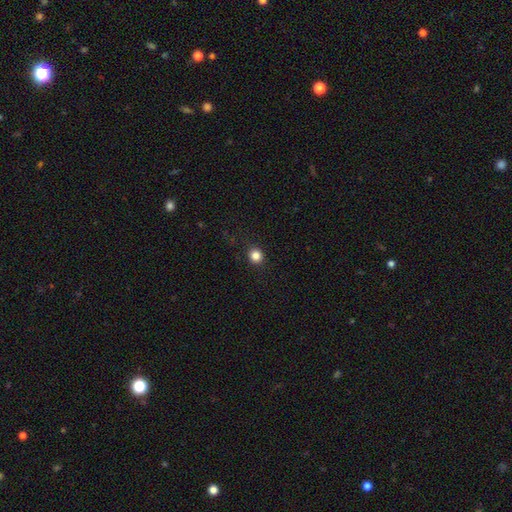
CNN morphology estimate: smooth 84%, star or artifact 12%, featured or disk 4%. Down the decision tree: how rounded — round (89%); merging — none (91%).